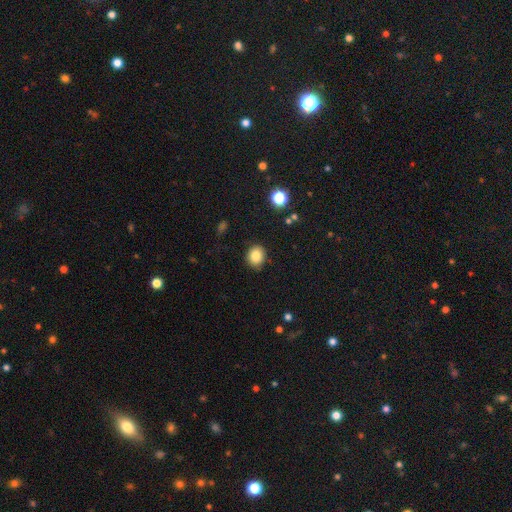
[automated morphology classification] The model was most divided on "how rounded": round: 69%, in between: 30%, cigar-shaped: 1%. More confident: merging — none (87%); smooth or featured — smooth (84%).